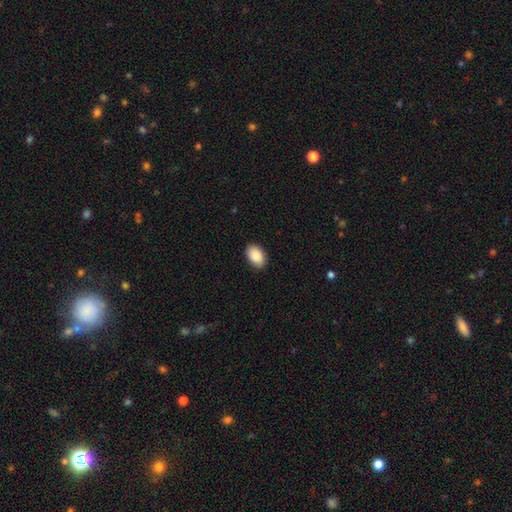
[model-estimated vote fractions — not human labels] Smooth or featured?
  - smooth: 91% *
  - star or artifact: 6%
  - featured or disk: 3%
How rounded?
  - in between: 90% *
  - round: 9%
  - cigar-shaped: 1%
Merging?
  - none: 89% *
  - minor disturbance: 8%
  - major disturbance: 2%
  - merger: 1%